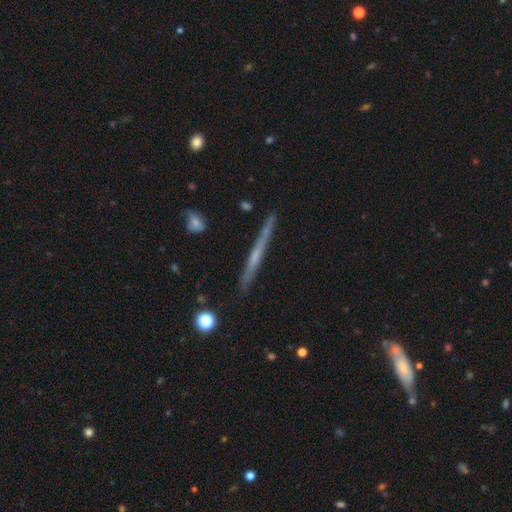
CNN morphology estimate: Smooth or featured? featured or disk (58%)
Edge-on disk? yes (96%)
Edge-on bulge? none (72%)
Merging? none (87%)